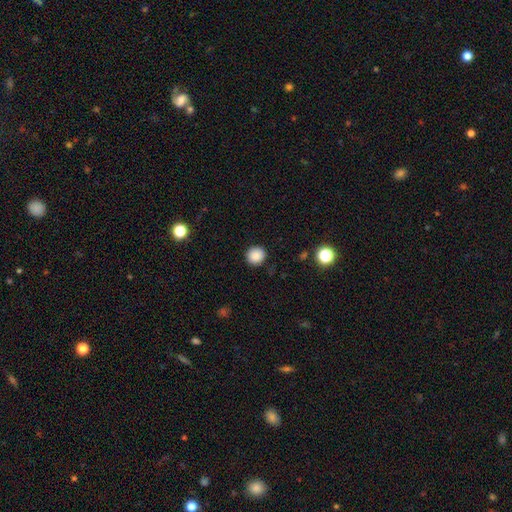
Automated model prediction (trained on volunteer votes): Smooth or featured?
  - smooth: 88% *
  - star or artifact: 10%
  - featured or disk: 3%
How rounded?
  - round: 91% *
  - in between: 8%
  - cigar-shaped: 1%
Merging?
  - none: 91% *
  - minor disturbance: 6%
  - major disturbance: 2%
  - merger: 1%